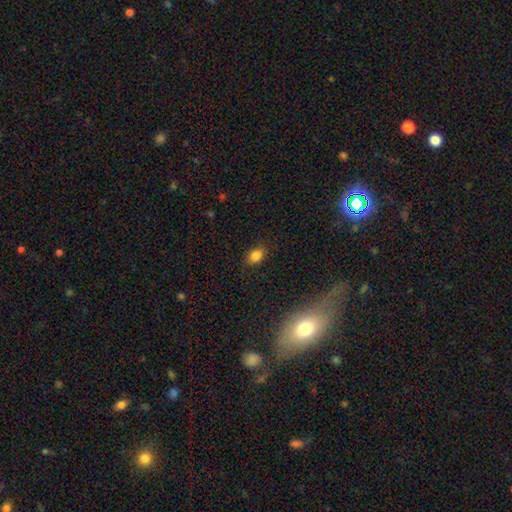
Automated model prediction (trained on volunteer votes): smooth-or-featured: smooth: 83% | star or artifact: 12% | featured or disk: 5%
  how-rounded: in between: 73% | round: 26% | cigar-shaped: 1%
  merging: none: 84% | minor disturbance: 12% | major disturbance: 3% | merger: 1%